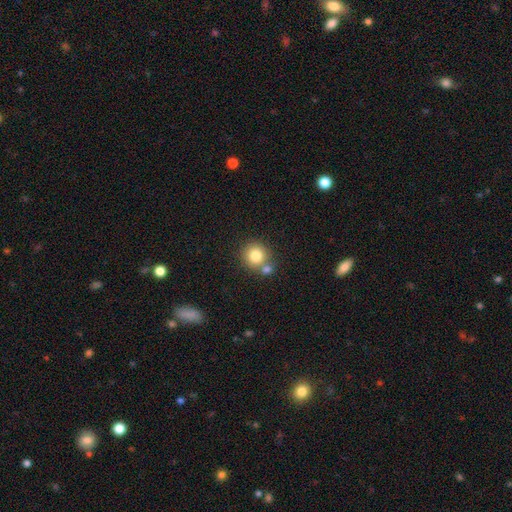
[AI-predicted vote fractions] This is clearly a smooth galaxy (80%). How rounded: clearly round (90%). Merging: possibly none (59%).